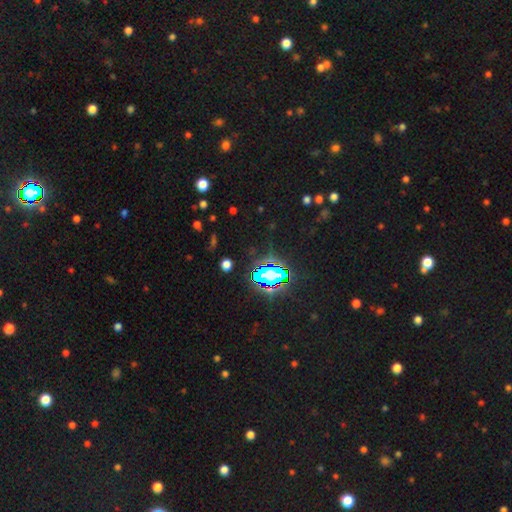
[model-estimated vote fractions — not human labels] Smooth or featured? star or artifact (78%)